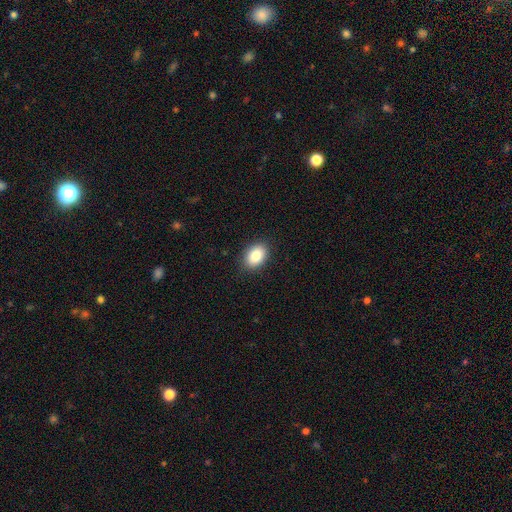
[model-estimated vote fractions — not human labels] Q: Smooth or featured?
A: smooth (85%); runner-up: star or artifact (8%)
Q: How rounded?
A: in between (82%); runner-up: round (17%)
Q: Merging?
A: none (88%); runner-up: minor disturbance (9%)